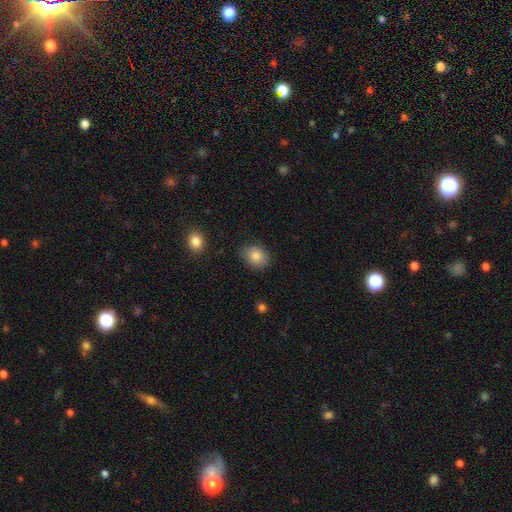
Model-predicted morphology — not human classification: type=smooth (85%); roundness=round (54%); merging=none (80%).